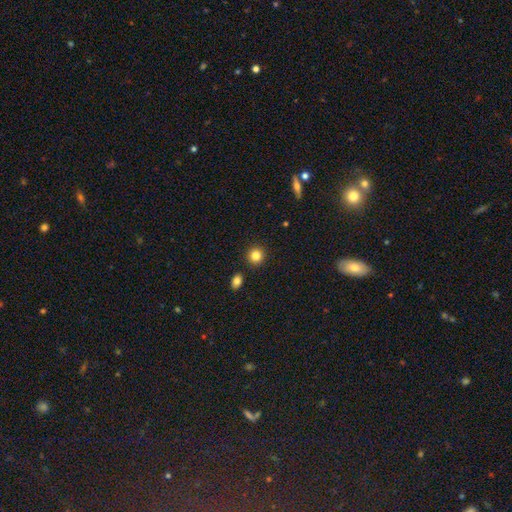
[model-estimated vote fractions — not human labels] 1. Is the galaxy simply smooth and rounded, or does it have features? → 84% smooth, 11% star or artifact, 5% featured or disk.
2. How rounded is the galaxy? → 91% round, 8% in between, 1% cigar-shaped.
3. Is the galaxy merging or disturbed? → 90% none, 5% minor disturbance, 3% merger, 2% major disturbance.